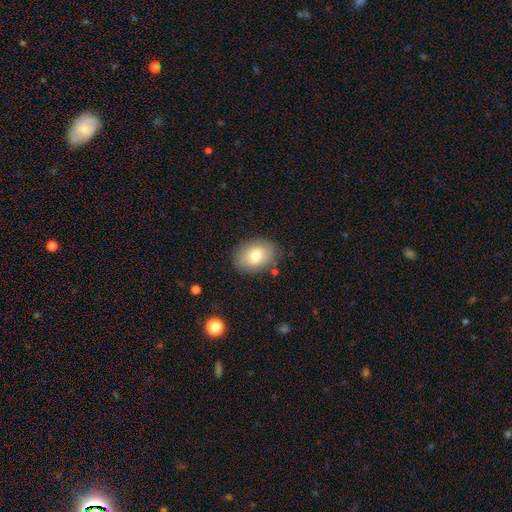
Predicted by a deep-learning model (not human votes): Smooth or featured?
  - smooth: 75% *
  - featured or disk: 16%
  - star or artifact: 8%
How rounded?
  - in between: 74% *
  - round: 25%
  - cigar-shaped: 1%
Merging?
  - none: 82% *
  - minor disturbance: 13%
  - major disturbance: 3%
  - merger: 2%